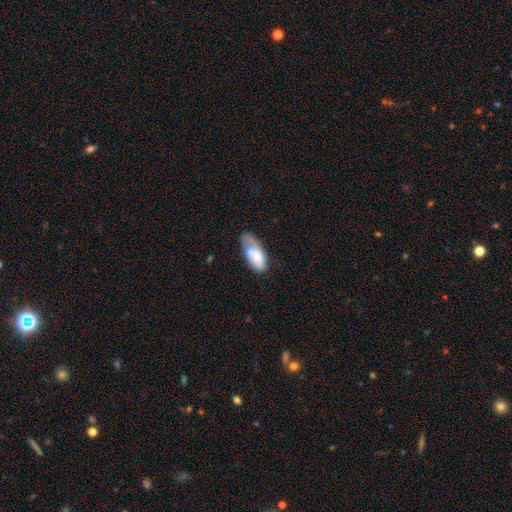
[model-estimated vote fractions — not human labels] Smooth or featured: smooth — 62% (featured or disk — 32%)
How rounded: in between — 86% (cigar-shaped — 12%)
Merging: none — 40% (minor disturbance — 29%)